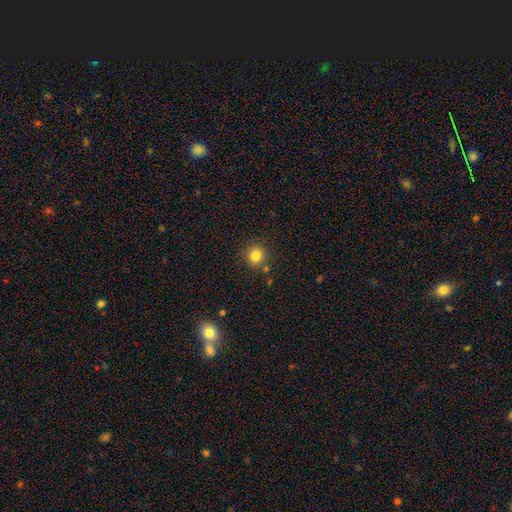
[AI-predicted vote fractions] Morphology: type=smooth (82%); roundness=round (93%); merging=none (86%).